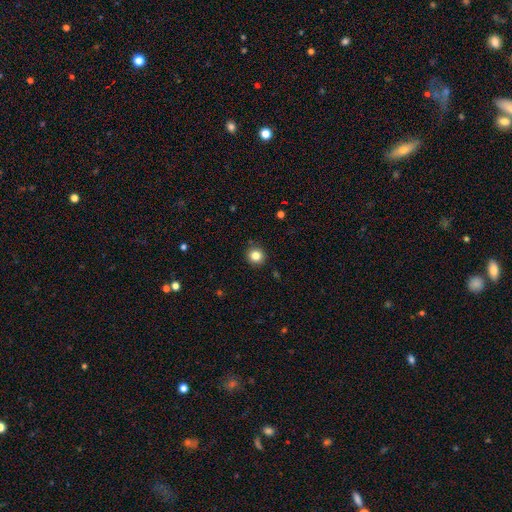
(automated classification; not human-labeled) The model was most divided on "smooth or featured": smooth: 83%, star or artifact: 11%, featured or disk: 5%. More confident: how rounded — round (93%); merging — none (92%).